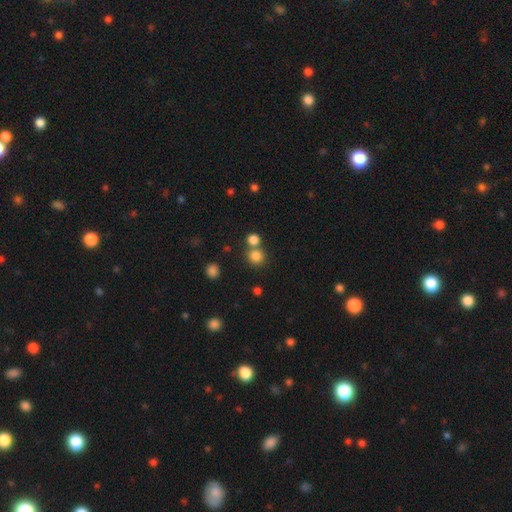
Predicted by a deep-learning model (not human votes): Smooth or featured? smooth (81%)
How rounded? round (89%)
Merging? none (61%)